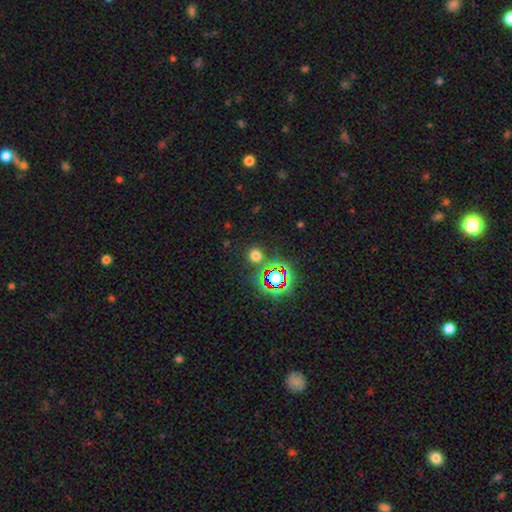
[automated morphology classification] type=smooth (63%); roundness=round (91%); merging=none (82%).